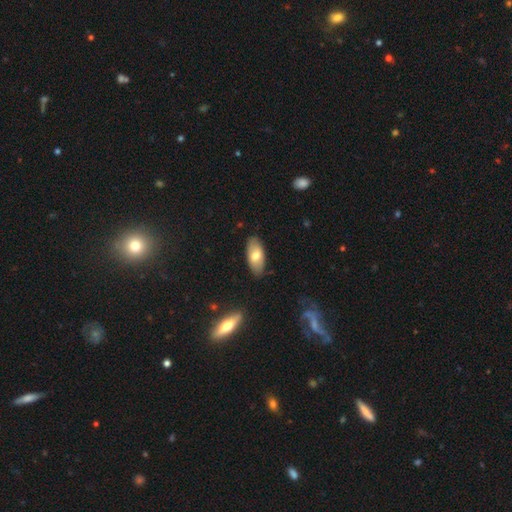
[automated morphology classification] This appears to be a smooth galaxy with no disk features (69%) that is in between round and cigar-shaped (91%). Merging: none (83%).